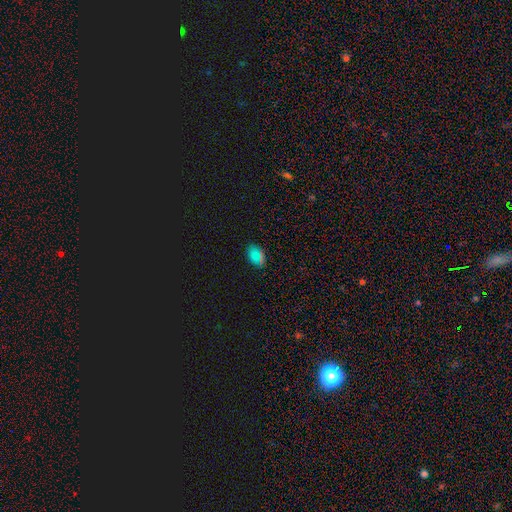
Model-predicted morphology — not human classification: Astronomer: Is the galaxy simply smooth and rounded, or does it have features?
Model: smooth — 68%.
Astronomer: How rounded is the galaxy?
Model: in between — 88%.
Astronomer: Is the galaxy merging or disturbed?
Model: none — 84%.